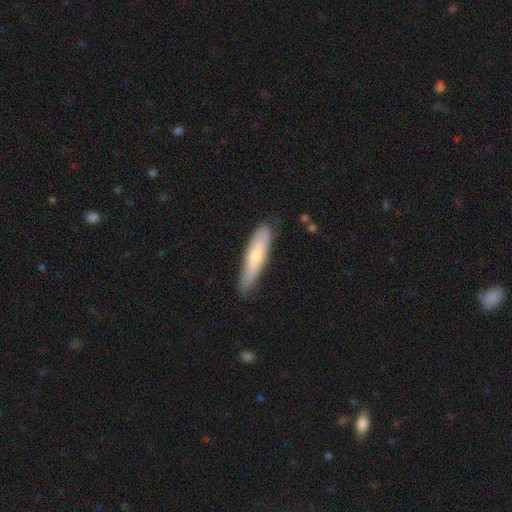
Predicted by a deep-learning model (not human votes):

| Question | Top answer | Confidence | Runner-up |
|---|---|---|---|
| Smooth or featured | smooth | 63% | featured or disk (30%) |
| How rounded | cigar-shaped | 75% | in between (23%) |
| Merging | none | 79% | minor disturbance (17%) |